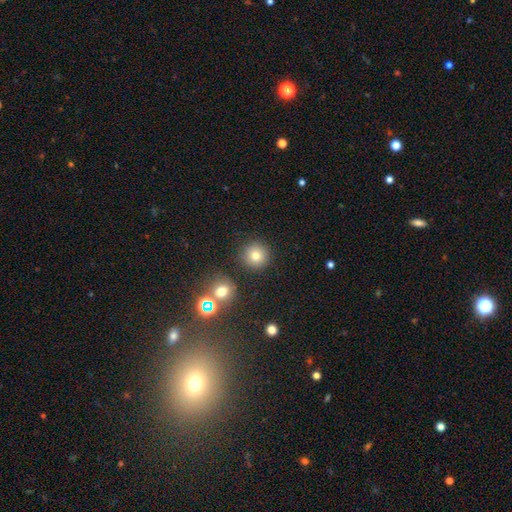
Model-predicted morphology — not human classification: A smooth galaxy with no disk features (76%) that is round (95%). Merging: none (87%).